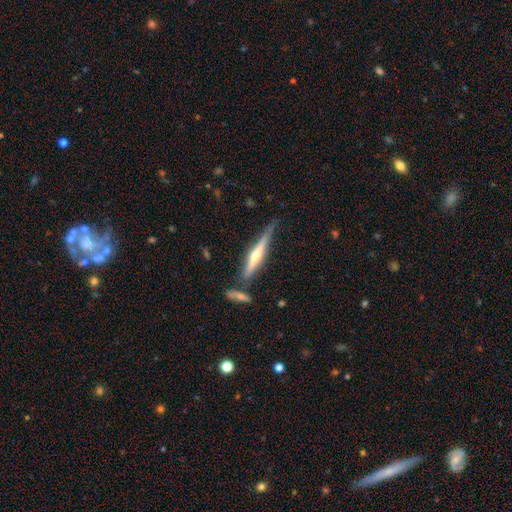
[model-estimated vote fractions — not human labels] Overall: featured or disk (70%). Edge-on disk: yes (97%). Edge-on bulge: rounded (87%). Merging: none (72%).